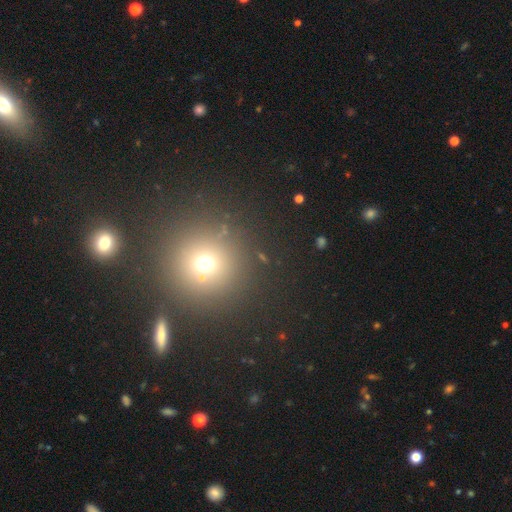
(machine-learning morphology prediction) A smooth galaxy with no disk features (52%) that is round (94%). Merging: none (86%).